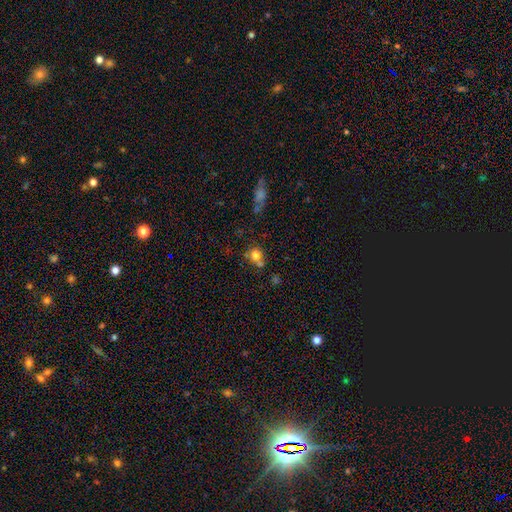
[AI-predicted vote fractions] Smooth or featured? smooth (78%)
How rounded? round (85%)
Merging? none (54%)